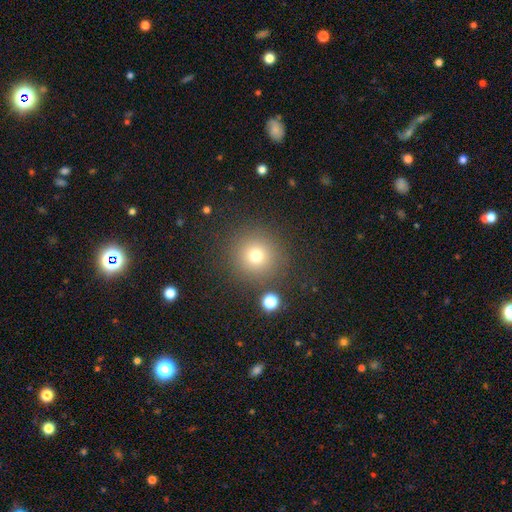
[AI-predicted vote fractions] smooth_or_featured: smooth (p=0.73) [alt: star or artifact p=0.17]
how_rounded: round (p=0.94) [alt: in between p=0.05]
merging: none (p=0.85) [alt: minor disturbance p=0.07]